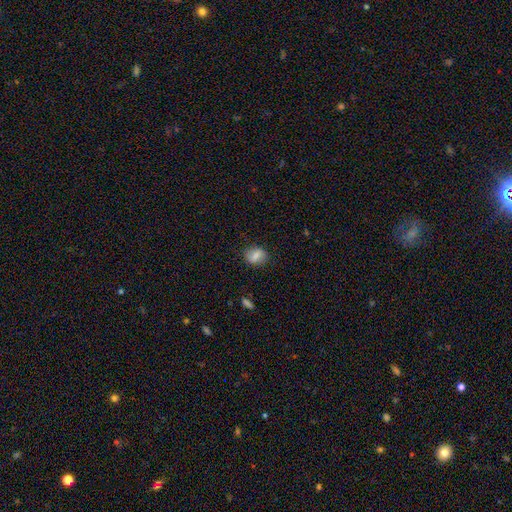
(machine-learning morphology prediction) A smooth galaxy with no disk features (75%) that is in between round and cigar-shaped (60%). Merging: none (82%).